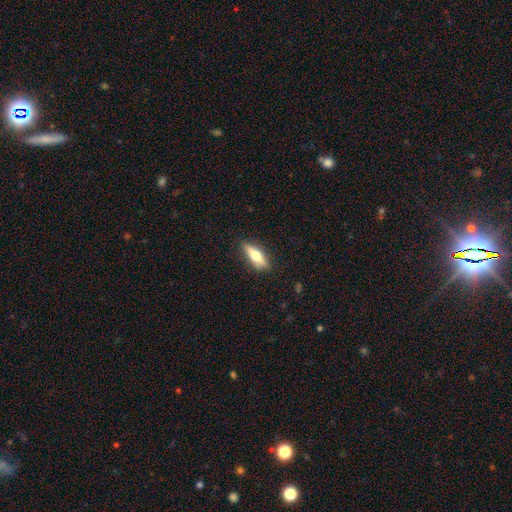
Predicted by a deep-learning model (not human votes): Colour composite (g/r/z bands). It shows a smooth galaxy with no disk features (54%) that is cigar-shaped (53%). Merging: none (87%).